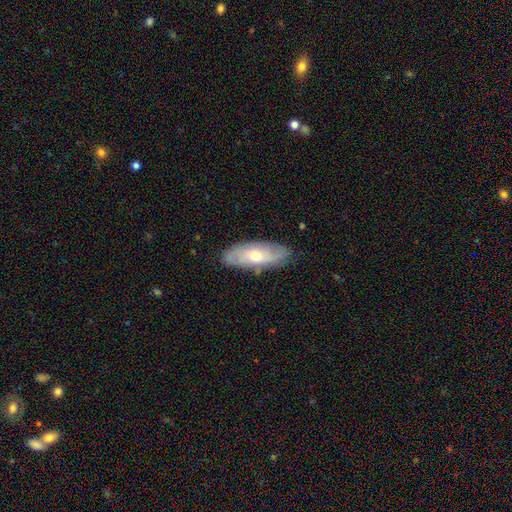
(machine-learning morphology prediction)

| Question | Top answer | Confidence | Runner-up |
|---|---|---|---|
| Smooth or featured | featured or disk | 54% | smooth (40%) |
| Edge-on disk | no | 78% | yes (22%) |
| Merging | none | 80% | minor disturbance (15%) |